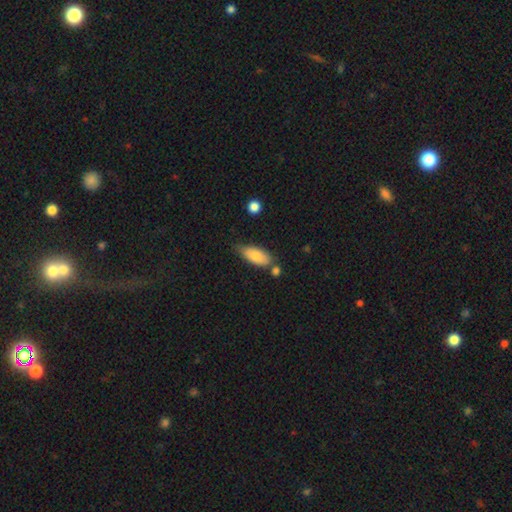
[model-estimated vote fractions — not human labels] Smooth or featured?
  - smooth: 78% *
  - featured or disk: 15%
  - star or artifact: 6%
How rounded?
  - in between: 84% *
  - cigar-shaped: 13%
  - round: 2%
Merging?
  - none: 56% *
  - minor disturbance: 26%
  - merger: 12%
  - major disturbance: 5%